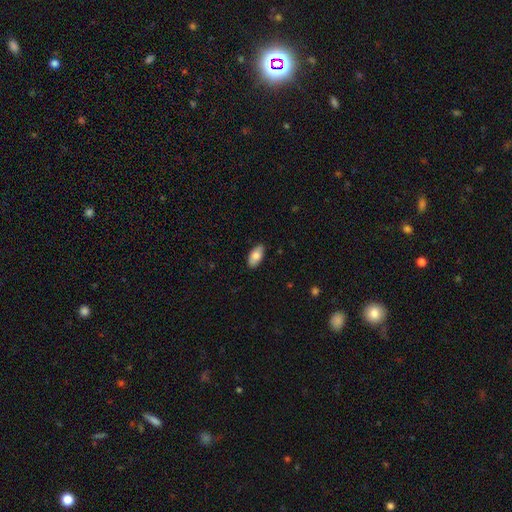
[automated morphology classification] type=smooth (81%); roundness=in between (94%); merging=none (87%).